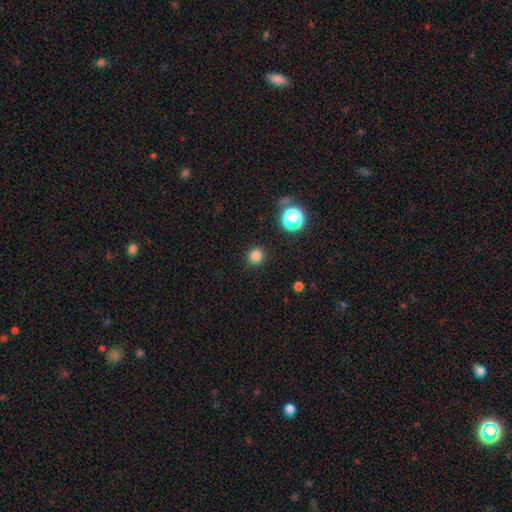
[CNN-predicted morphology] smooth 82%, star or artifact 14%, featured or disk 4%. Down the decision tree: how rounded — round (92%); merging — none (90%).